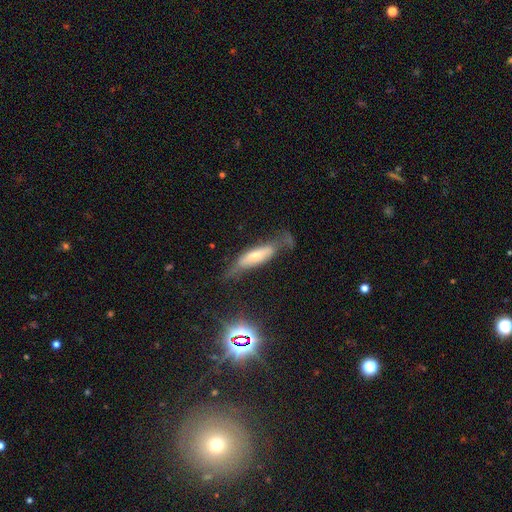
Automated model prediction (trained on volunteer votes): A smooth galaxy with no disk features (50%).

Vote fractions:
- Smooth or featured? smooth: 50% / featured or disk: 42% / star or artifact: 9%
- Merging? none: 47% / minor disturbance: 29% / major disturbance: 19% / merger: 4%